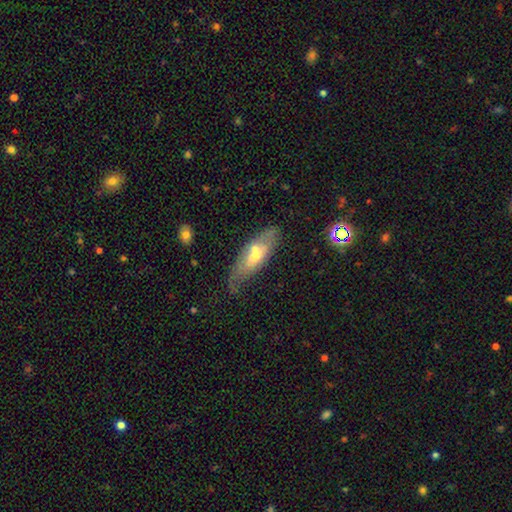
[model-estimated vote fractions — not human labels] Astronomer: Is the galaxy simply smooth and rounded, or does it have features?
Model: smooth — 47% (runner-up: featured or disk, 45%).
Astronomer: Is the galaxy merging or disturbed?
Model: none — 53%.